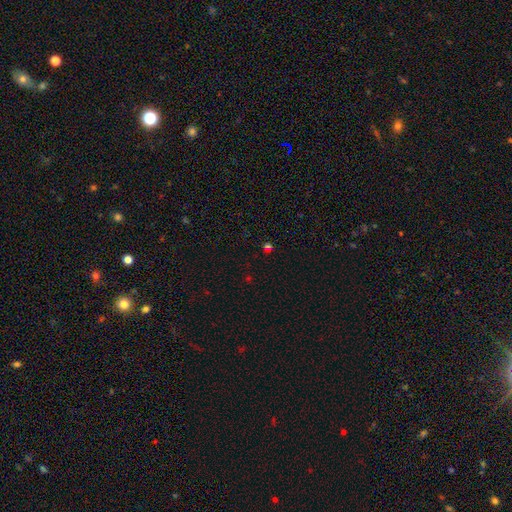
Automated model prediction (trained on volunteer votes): This appears to be a smooth galaxy with no disk features (48%). Merging: none (78%).